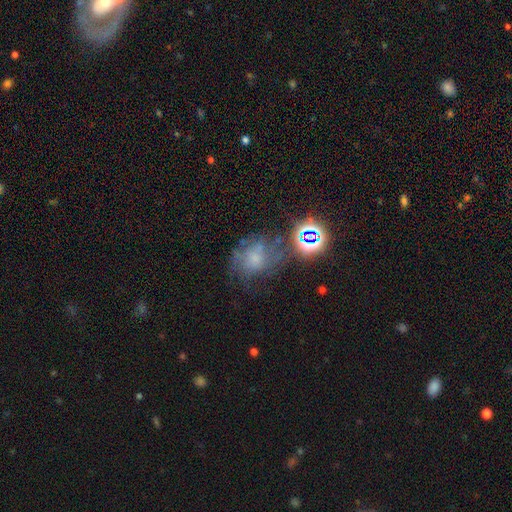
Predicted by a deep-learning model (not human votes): This appears to be a smooth galaxy with no disk features (38%). Merging: none (44%).